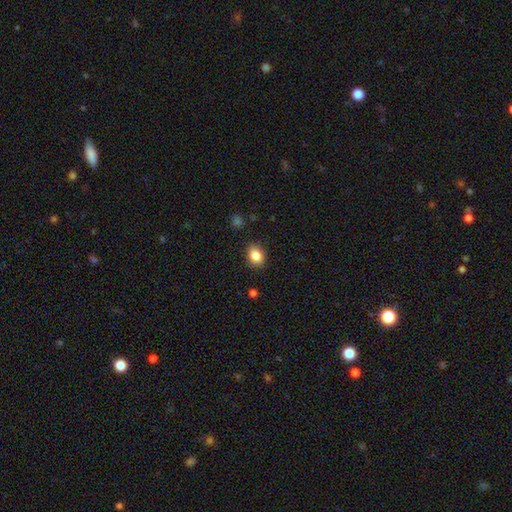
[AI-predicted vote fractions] Q: Smooth or featured?
A: smooth (85%); runner-up: star or artifact (9%)
Q: How rounded?
A: in between (59%); runner-up: round (40%)
Q: Merging?
A: none (86%); runner-up: minor disturbance (10%)